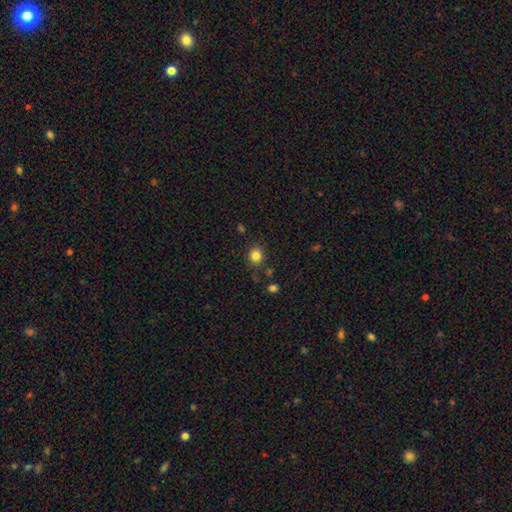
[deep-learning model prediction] A smooth galaxy with no disk features (83%) that is round (79%). Merging: none (83%).